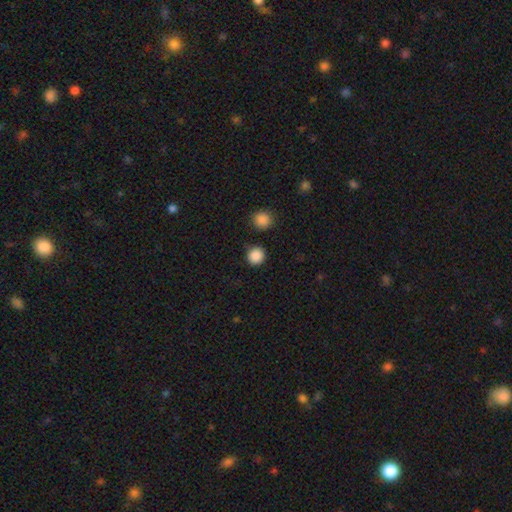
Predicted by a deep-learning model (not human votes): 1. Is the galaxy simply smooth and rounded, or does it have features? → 87% smooth, 10% star or artifact, 3% featured or disk.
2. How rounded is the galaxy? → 93% round, 6% in between, 1% cigar-shaped.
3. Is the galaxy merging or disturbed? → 87% none, 7% minor disturbance, 3% merger, 3% major disturbance.